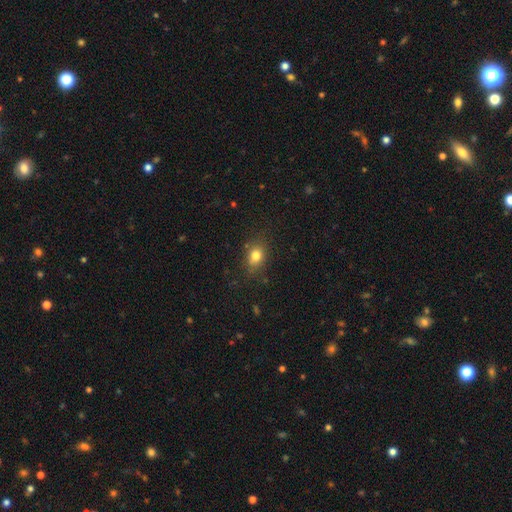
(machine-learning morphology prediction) Smooth or featured?
  - smooth: 79% *
  - star or artifact: 12%
  - featured or disk: 9%
How rounded?
  - in between: 53% *
  - round: 45%
  - cigar-shaped: 2%
Merging?
  - none: 76% *
  - minor disturbance: 17%
  - major disturbance: 5%
  - merger: 2%